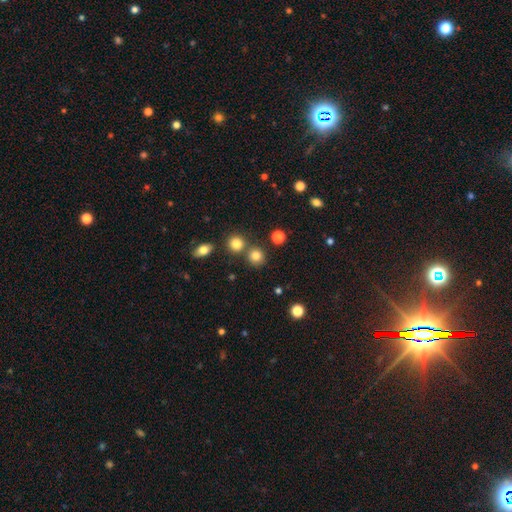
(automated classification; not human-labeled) smooth_or_featured: smooth (p=0.81) [alt: star or artifact p=0.13]
how_rounded: round (p=0.89) [alt: in between p=0.10]
merging: none (p=0.75) [alt: merger p=0.14]